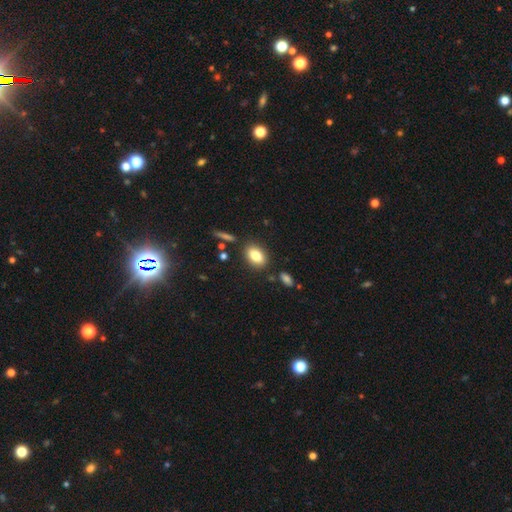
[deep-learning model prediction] Morphology: type=smooth (83%); roundness=in between (85%); merging=none (83%).